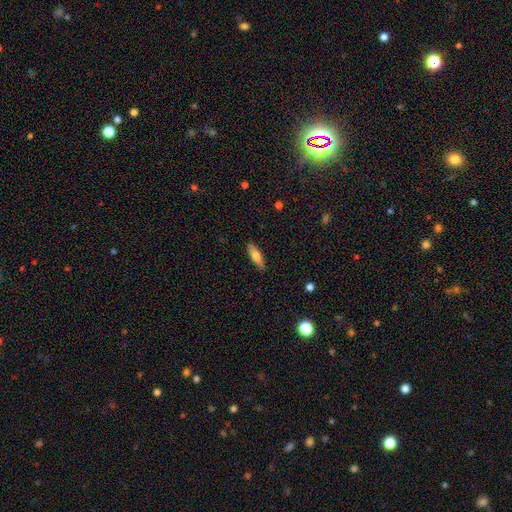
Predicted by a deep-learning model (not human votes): Smooth or featured: smooth — 71% (featured or disk — 23%)
How rounded: cigar-shaped — 61% (in between — 37%)
Merging: none — 88% (minor disturbance — 9%)